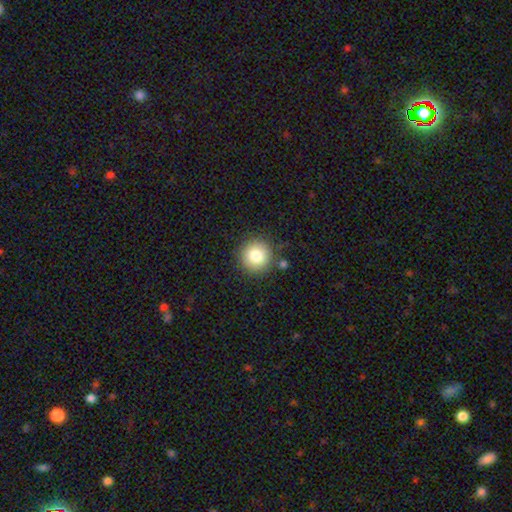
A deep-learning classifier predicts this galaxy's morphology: Smooth or featured: smooth — 81% (star or artifact — 10%)
How rounded: round — 95% (in between — 5%)
Merging: none — 86% (minor disturbance — 8%)